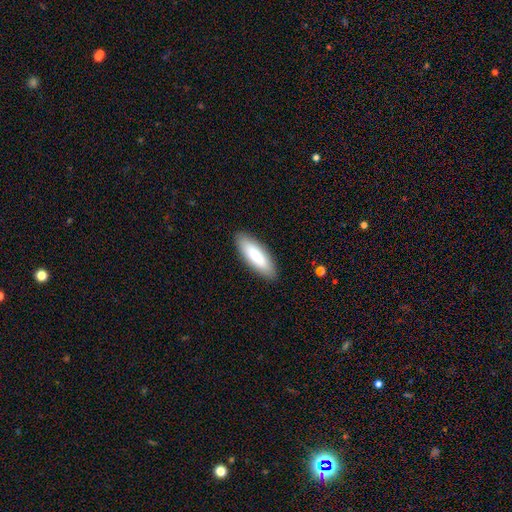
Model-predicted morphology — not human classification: Smooth or featured? Predicted: smooth (p=0.83). How rounded? Predicted: in between (p=0.54). Merging? Predicted: none (p=0.89).